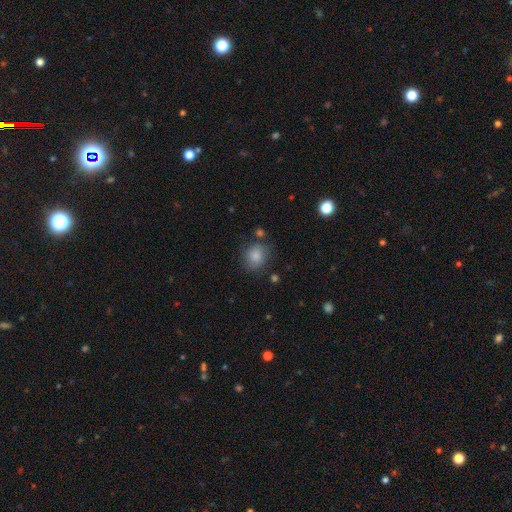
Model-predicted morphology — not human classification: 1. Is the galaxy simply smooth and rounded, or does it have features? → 84% smooth, 9% star or artifact, 6% featured or disk.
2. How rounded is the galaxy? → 74% round, 25% in between, 1% cigar-shaped.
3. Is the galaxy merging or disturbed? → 75% none, 16% minor disturbance, 5% major disturbance, 4% merger.